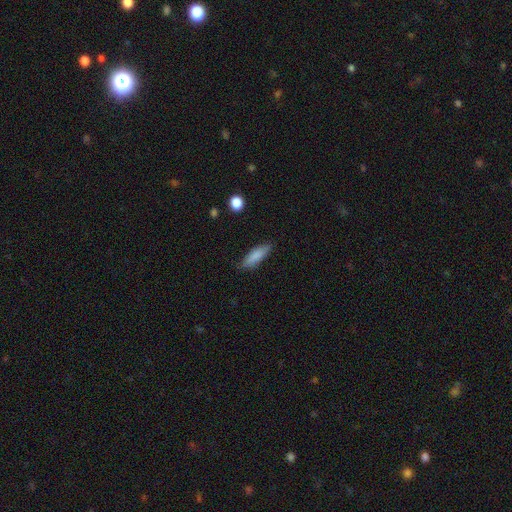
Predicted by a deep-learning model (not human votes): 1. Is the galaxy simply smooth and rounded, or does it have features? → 84% smooth, 10% featured or disk, 7% star or artifact.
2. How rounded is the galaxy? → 55% cigar-shaped, 44% in between, 2% round.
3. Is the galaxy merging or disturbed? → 83% none, 13% minor disturbance, 3% major disturbance, 1% merger.